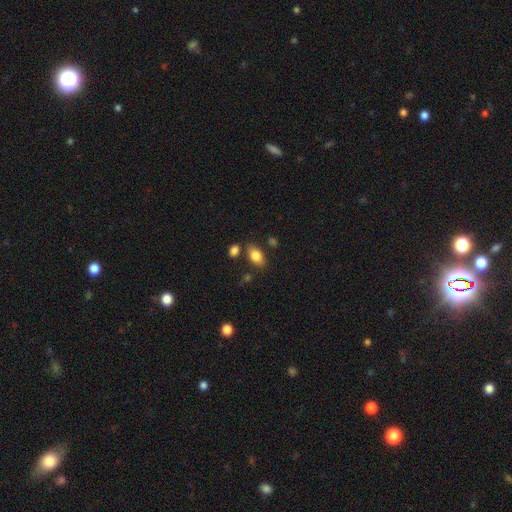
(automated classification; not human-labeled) Smooth or featured: smooth — 83% (featured or disk — 9%)
How rounded: in between — 89% (round — 9%)
Merging: none — 77% (minor disturbance — 13%)